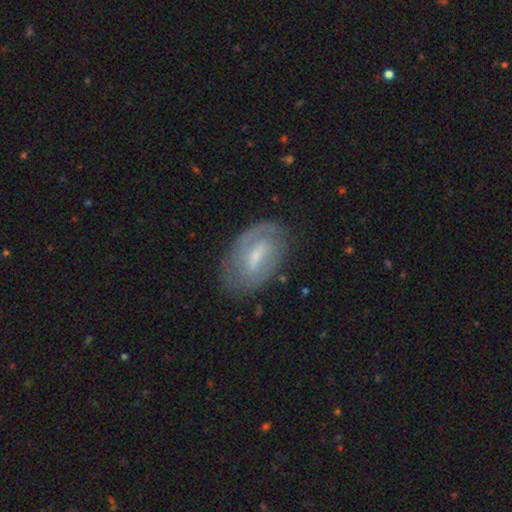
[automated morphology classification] This appears to be a featured or disk galaxy (71%) with a weak bar (54%), 2 (49%) tight (51%) spiral arms (80%) and a small central bulge (61%). Merging: none (73%).